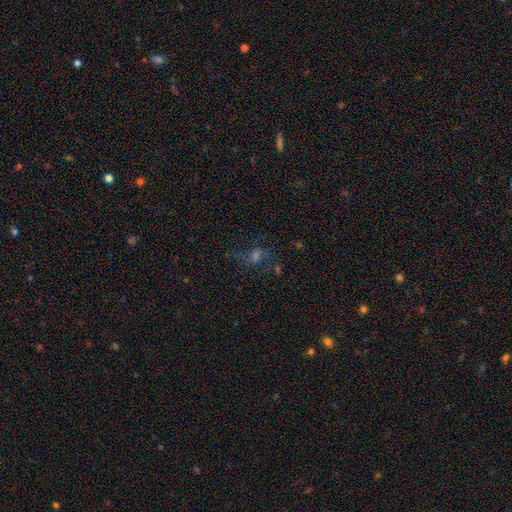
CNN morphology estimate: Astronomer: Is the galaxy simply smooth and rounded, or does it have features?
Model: featured or disk — 43% (runner-up: star or artifact, 31%).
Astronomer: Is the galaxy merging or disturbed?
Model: none — 56%.